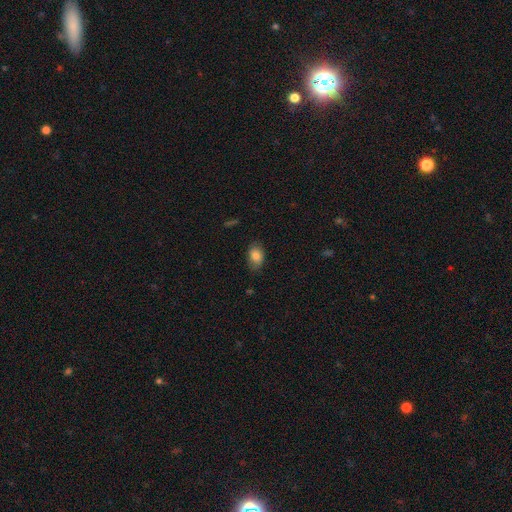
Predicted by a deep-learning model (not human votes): Smooth or featured?
  - smooth: 83% *
  - featured or disk: 9%
  - star or artifact: 8%
How rounded?
  - in between: 85% *
  - round: 14%
  - cigar-shaped: 1%
Merging?
  - none: 77% *
  - minor disturbance: 18%
  - major disturbance: 4%
  - merger: 1%